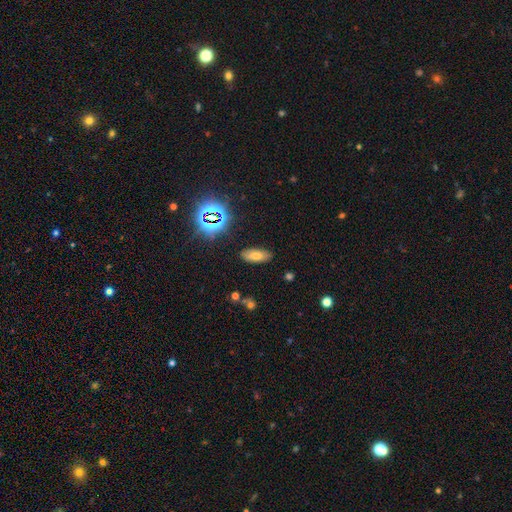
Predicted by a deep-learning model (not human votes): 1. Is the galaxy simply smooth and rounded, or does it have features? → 64% smooth, 22% star or artifact, 15% featured or disk.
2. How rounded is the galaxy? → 84% in between, 12% cigar-shaped, 4% round.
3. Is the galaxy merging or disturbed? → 86% none, 10% minor disturbance, 3% major disturbance, 2% merger.